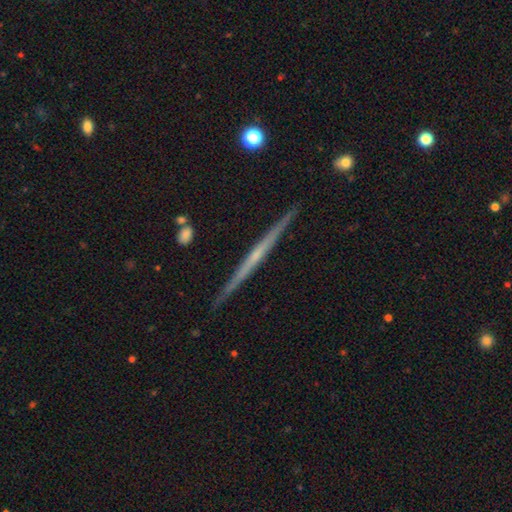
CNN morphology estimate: Smooth or featured: featured or disk — 73% (smooth — 21%)
Edge-on disk: yes — 98% (no — 2%)
Edge-on bulge: none — 68% (rounded — 26%)
Merging: none — 91% (minor disturbance — 6%)